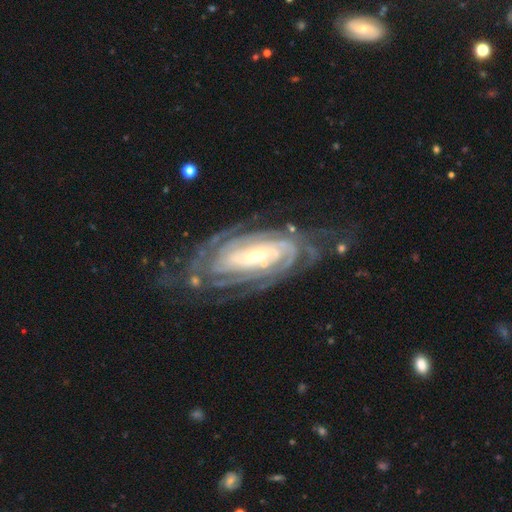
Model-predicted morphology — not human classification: Smooth or featured?
  - featured or disk: 91% *
  - star or artifact: 5%
  - smooth: 4%
Edge-on disk?
  - no: 94% *
  - yes: 6%
Bar?
  - no: 48% *
  - weak: 28%
  - strong: 24%
Spiral arms?
  - yes: 98% *
  - no: 2%
Spiral winding?
  - tight: 79% *
  - medium: 18%
  - loose: 3%
Spiral arm count?
  - can't tell: 24% *
  - 4: 23%
  - 3: 17%
  - 2: 16%
  - more than 4: 15%
  - 1: 6%
Bulge size?
  - small: 62% *
  - moderate: 32%
  - large: 4%
  - none: 1%
  - dominant: 1%
Merging?
  - none: 69% *
  - minor disturbance: 19%
  - major disturbance: 10%
  - merger: 2%